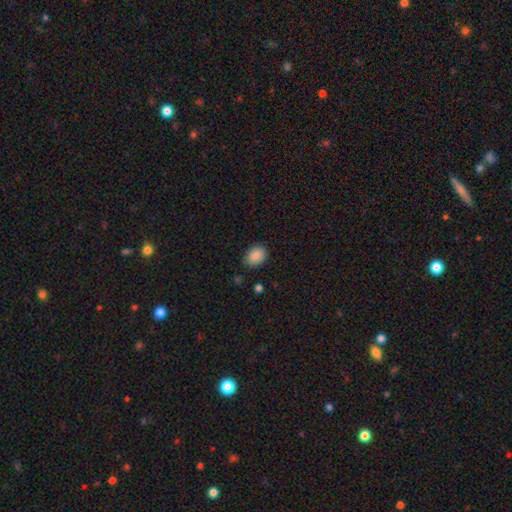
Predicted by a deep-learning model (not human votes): This is clearly a smooth galaxy (88%). How rounded: likely in between (64%). Merging: clearly none (82%).